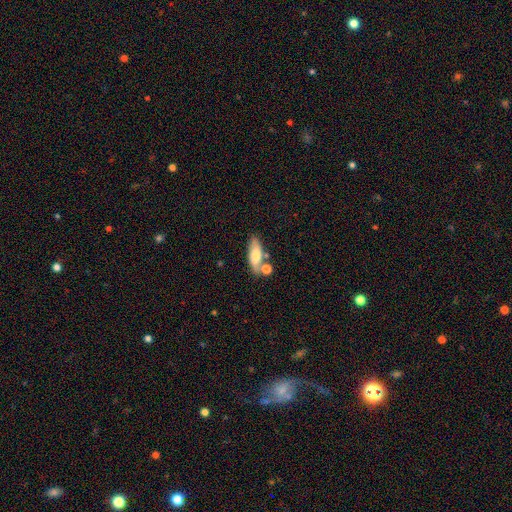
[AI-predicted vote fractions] Smooth or featured: smooth — 67% (featured or disk — 25%)
How rounded: in between — 64% (cigar-shaped — 32%)
Merging: none — 57% (merger — 21%)